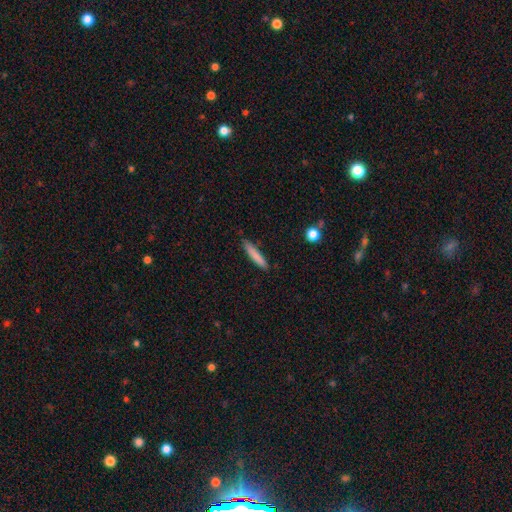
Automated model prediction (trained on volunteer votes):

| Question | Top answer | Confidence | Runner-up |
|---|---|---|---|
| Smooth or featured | smooth | 81% | featured or disk (13%) |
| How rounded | cigar-shaped | 91% | in between (8%) |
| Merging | none | 86% | minor disturbance (11%) |